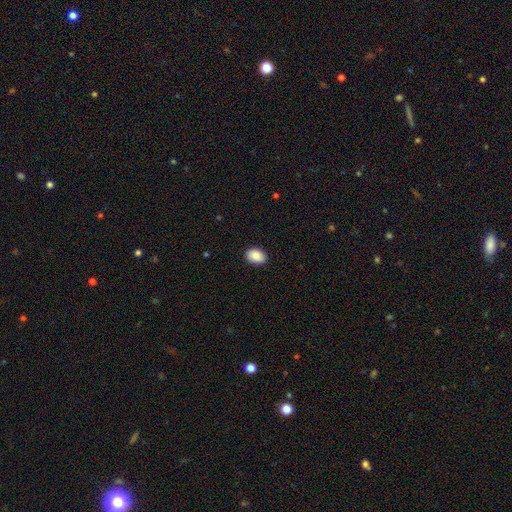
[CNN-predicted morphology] A smooth galaxy with no disk features (89%) that is in between round and cigar-shaped (80%).

Vote fractions:
- Smooth or featured? smooth: 89% / star or artifact: 7% / featured or disk: 4%
- How rounded? in between: 80% / round: 19% / cigar-shaped: 1%
- Merging? none: 89% / minor disturbance: 9% / major disturbance: 2% / merger: 1%